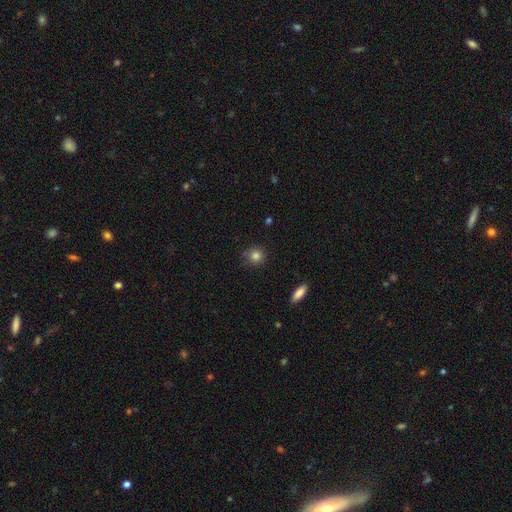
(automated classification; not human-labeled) This is clearly a smooth galaxy (83%). How rounded: clearly round (90%). Merging: clearly none (83%).